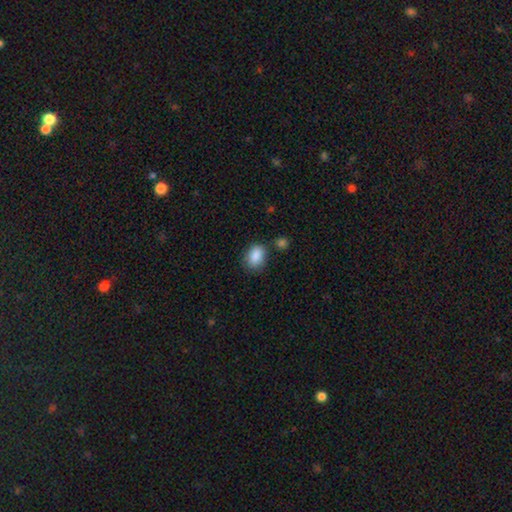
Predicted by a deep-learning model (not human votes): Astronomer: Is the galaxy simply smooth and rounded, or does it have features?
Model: smooth — 88%.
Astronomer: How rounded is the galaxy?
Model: in between — 77%.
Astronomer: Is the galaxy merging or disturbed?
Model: none — 75%.